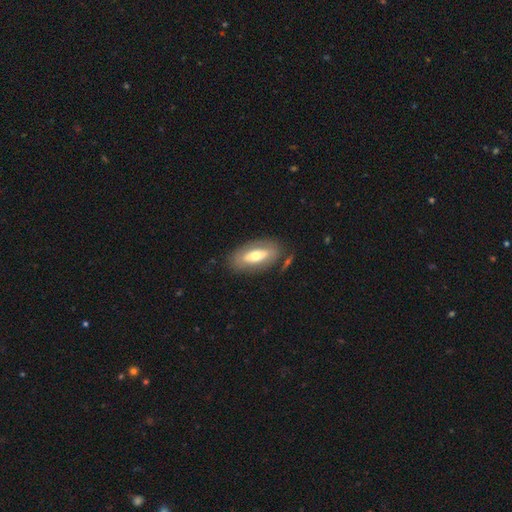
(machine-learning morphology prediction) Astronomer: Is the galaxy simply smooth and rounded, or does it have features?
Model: smooth — 52% (runner-up: featured or disk, 42%).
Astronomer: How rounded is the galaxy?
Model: in between — 85%.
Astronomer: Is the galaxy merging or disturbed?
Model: none — 76%.